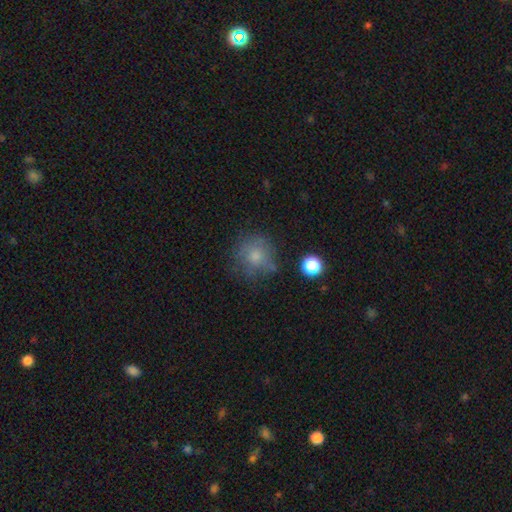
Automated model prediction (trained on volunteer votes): smooth 72%, featured or disk 15%, star or artifact 13%. Down the decision tree: how rounded — round (87%); merging — none (63%).